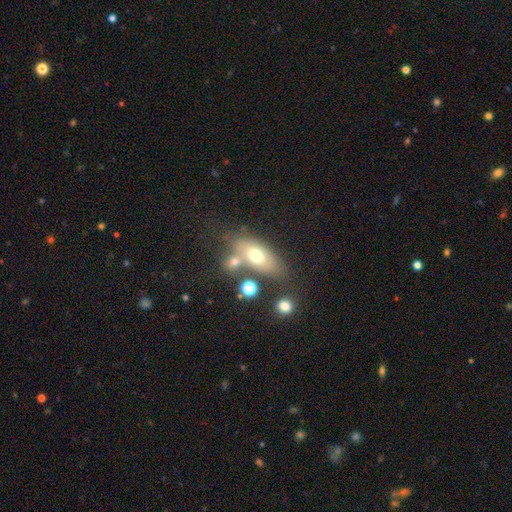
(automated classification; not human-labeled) smooth-or-featured: smooth: 65% | featured or disk: 25% | star or artifact: 10%
  how-rounded: in between: 80% | cigar-shaped: 10% | round: 9%
  merging: none: 52% | merger: 23% | minor disturbance: 16% | major disturbance: 8%